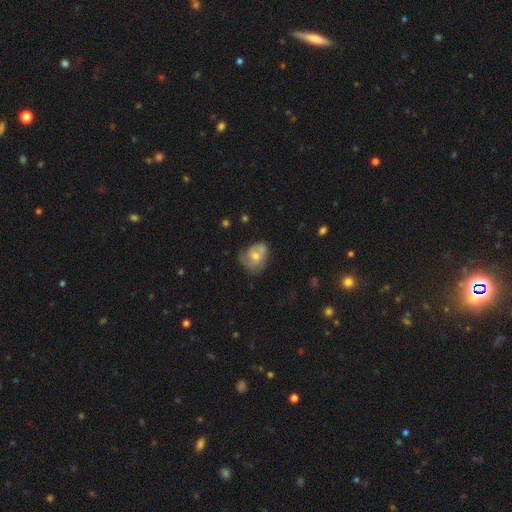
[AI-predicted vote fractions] The model was most divided on "smooth or featured": featured or disk: 56%, smooth: 35%, star or artifact: 9%. More confident: edge-on disk — no (97%); spiral arms — yes (75%); bar — no (70%); bulge size — moderate (61%); merging — none (53%).